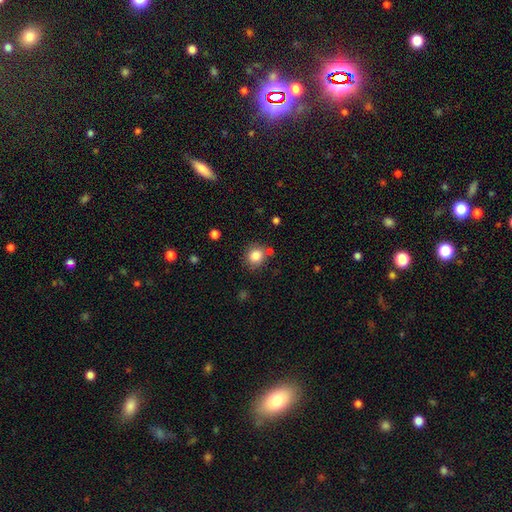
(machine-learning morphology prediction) This is clearly a smooth galaxy (84%). How rounded: clearly round (86%). Merging: likely none (74%).